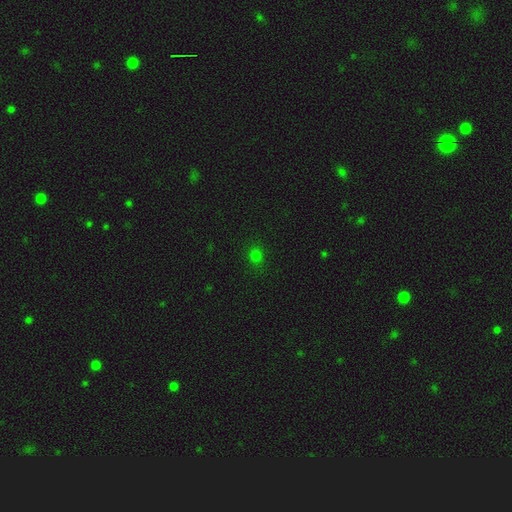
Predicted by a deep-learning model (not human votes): A smooth galaxy with no disk features (75%) that is round (79%).

Vote fractions:
- Smooth or featured? smooth: 75% / star or artifact: 21% / featured or disk: 4%
- How rounded? round: 79% / in between: 20% / cigar-shaped: 1%
- Merging? none: 87% / minor disturbance: 9% / major disturbance: 3% / merger: 1%